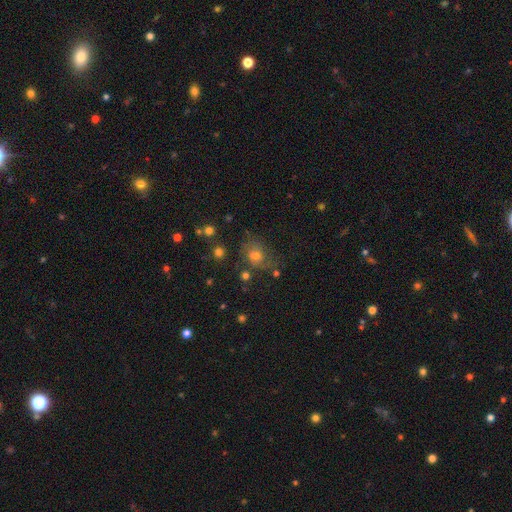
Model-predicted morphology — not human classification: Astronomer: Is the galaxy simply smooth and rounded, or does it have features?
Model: smooth — 52% (runner-up: featured or disk, 30%).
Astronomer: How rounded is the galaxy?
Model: round — 56% (runner-up: in between, 43%).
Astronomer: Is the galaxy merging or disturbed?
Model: none — 58%.